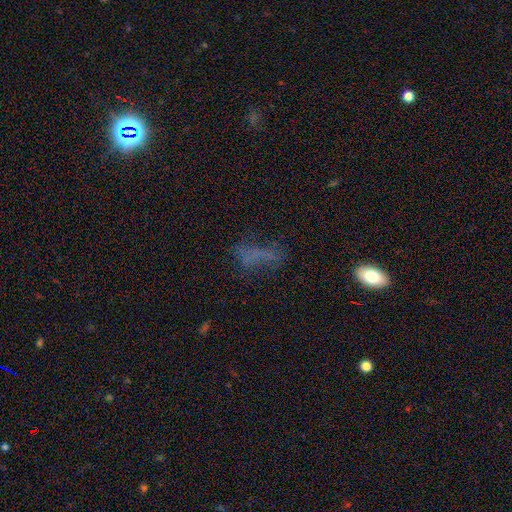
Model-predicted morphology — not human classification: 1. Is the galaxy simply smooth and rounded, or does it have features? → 43% smooth, 30% featured or disk, 27% star or artifact.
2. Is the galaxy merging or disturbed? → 51% none, 24% major disturbance, 20% minor disturbance, 5% merger.